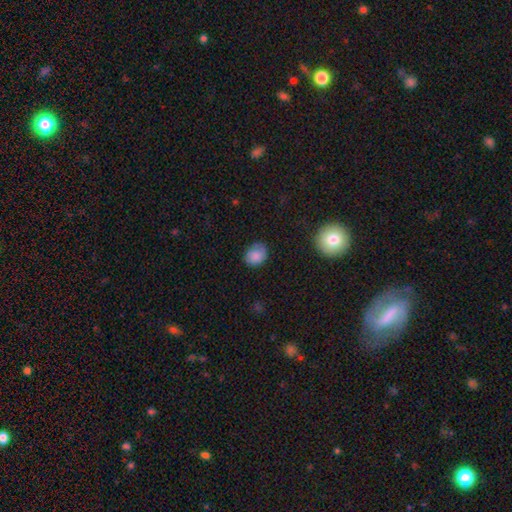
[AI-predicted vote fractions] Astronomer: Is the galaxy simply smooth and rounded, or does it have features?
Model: smooth — 83%.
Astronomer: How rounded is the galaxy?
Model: in between — 52% (runner-up: round, 47%).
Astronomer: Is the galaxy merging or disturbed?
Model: none — 70%.